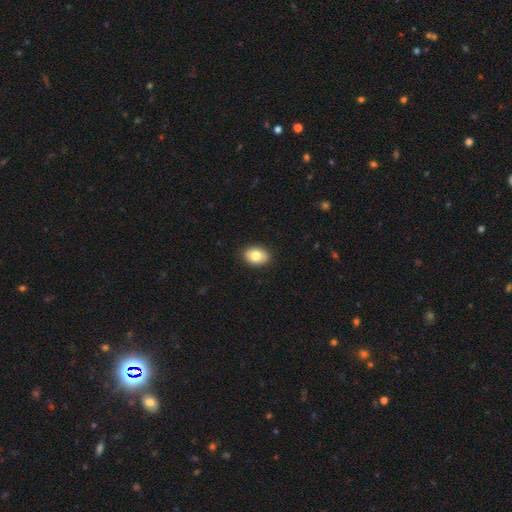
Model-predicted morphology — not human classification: Q: Smooth or featured?
A: smooth (80%); runner-up: featured or disk (12%)
Q: How rounded?
A: in between (77%); runner-up: round (22%)
Q: Merging?
A: none (88%); runner-up: minor disturbance (9%)